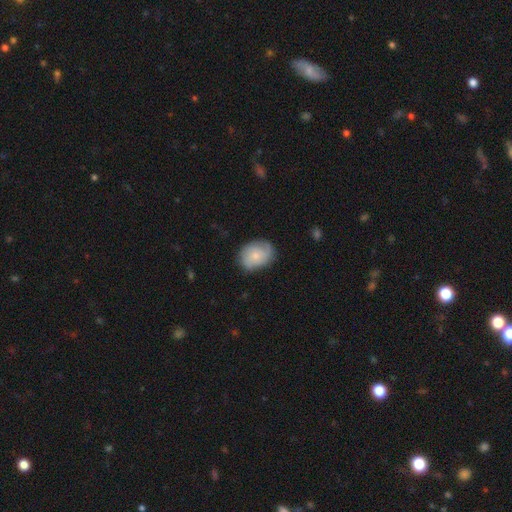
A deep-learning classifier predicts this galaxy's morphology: smooth-or-featured: smooth: 61% | featured or disk: 32% | star or artifact: 7%
  how-rounded: in between: 66% | round: 33% | cigar-shaped: 1%
  merging: none: 70% | minor disturbance: 23% | major disturbance: 6% | merger: 1%